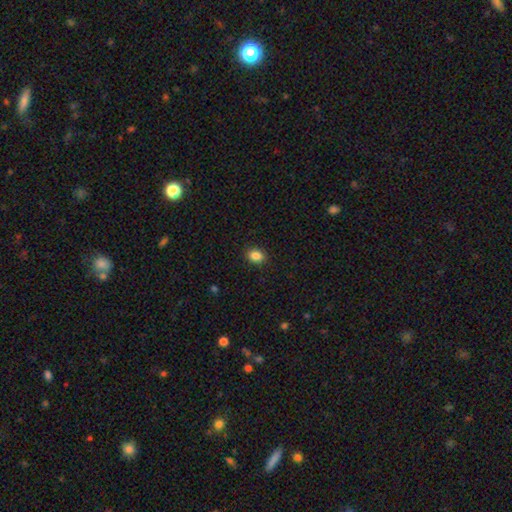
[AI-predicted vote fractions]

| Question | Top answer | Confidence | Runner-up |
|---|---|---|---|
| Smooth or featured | smooth | 87% | star or artifact (9%) |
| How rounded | in between | 62% | round (37%) |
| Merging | none | 90% | minor disturbance (7%) |